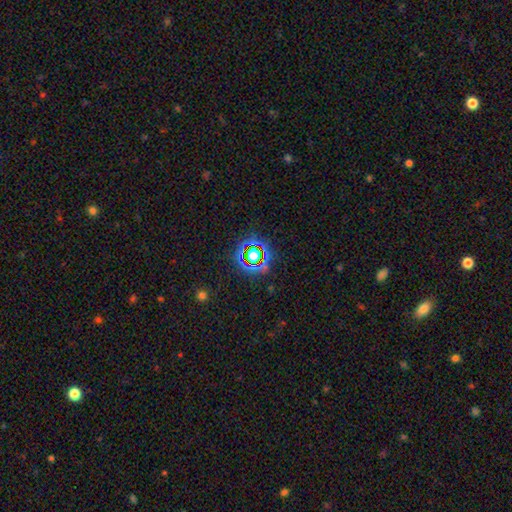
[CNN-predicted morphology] A star or artifact, not a galaxy (67%).

Vote fractions:
- Smooth or featured? star or artifact: 67% / smooth: 21% / featured or disk: 11%